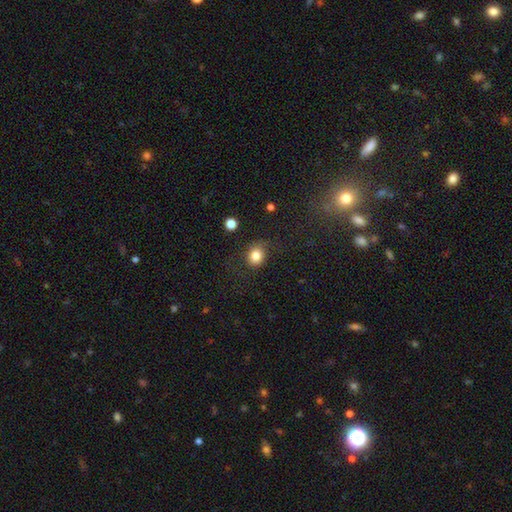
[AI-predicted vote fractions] Overall: smooth (82%). How rounded: round (69%; in between 30%). Merging: none (69%).